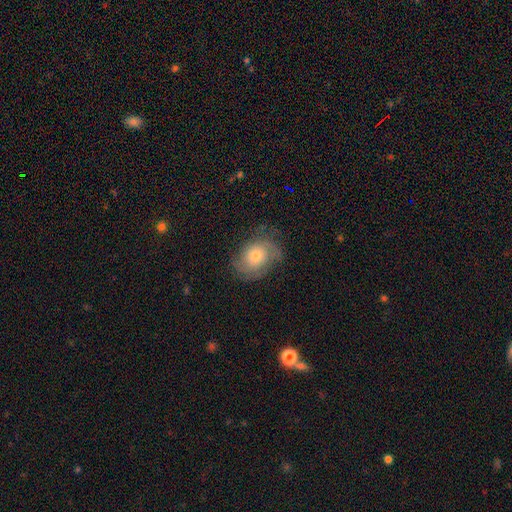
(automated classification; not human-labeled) Morphology: type=featured or disk (61%); edge-on=no (97%); bar=no (81%); spiral arms=yes (87%); winding=tight (45%); arm count=2 (36%); bulge=moderate (51%); merging=none (67%).